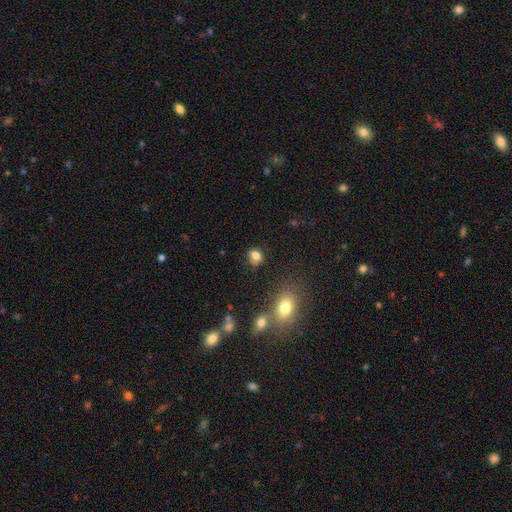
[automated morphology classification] Q: Smooth or featured?
A: smooth (79%); runner-up: star or artifact (12%)
Q: How rounded?
A: round (51%); runner-up: in between (47%)
Q: Merging?
A: none (64%); runner-up: minor disturbance (19%)